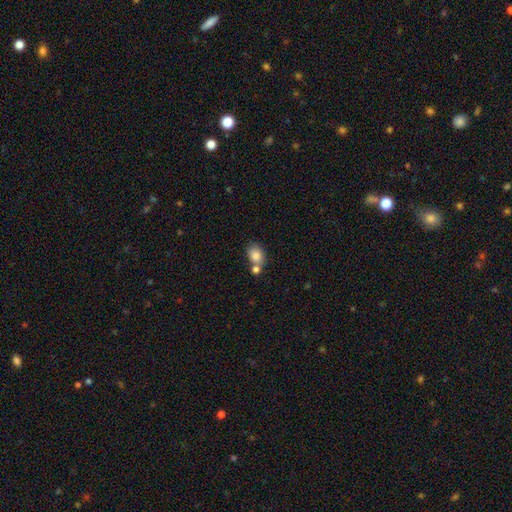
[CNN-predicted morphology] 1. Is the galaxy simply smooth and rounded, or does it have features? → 83% smooth, 9% featured or disk, 9% star or artifact.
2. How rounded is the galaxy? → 66% in between, 33% round, 1% cigar-shaped.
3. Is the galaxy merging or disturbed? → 53% none, 31% merger, 12% minor disturbance, 4% major disturbance.